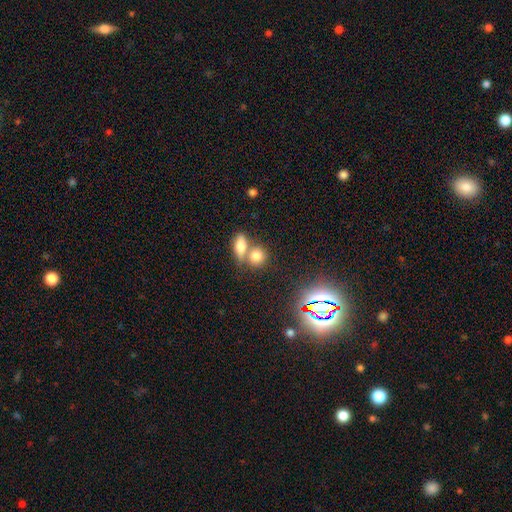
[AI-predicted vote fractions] Overall: smooth (78%). How rounded: round (48%; in between 47%). Merging: merger (47%; none 41%).